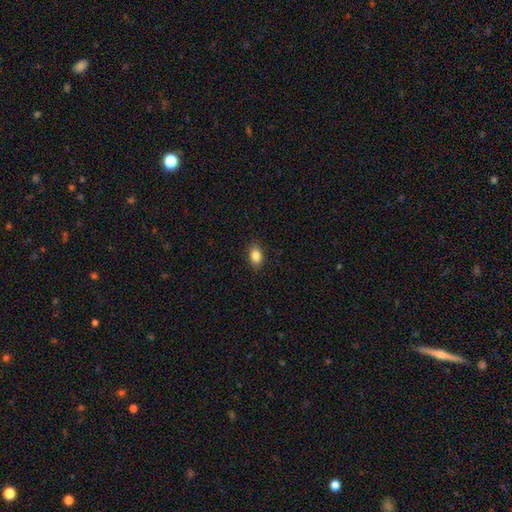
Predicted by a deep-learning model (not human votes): Overall: smooth (85%). How rounded: in between (83%). Merging: none (88%).